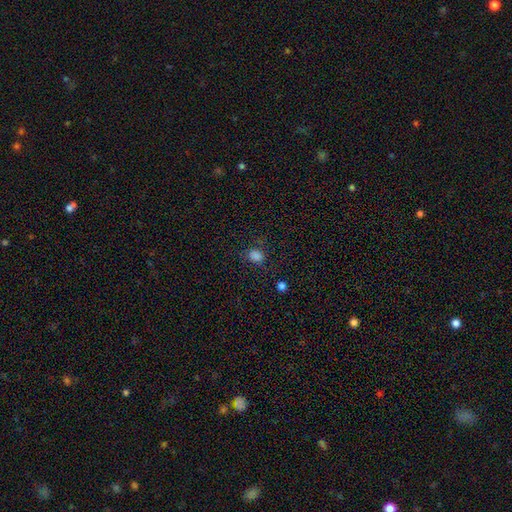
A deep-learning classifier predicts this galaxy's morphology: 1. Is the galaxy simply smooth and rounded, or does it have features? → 80% smooth, 15% star or artifact, 4% featured or disk.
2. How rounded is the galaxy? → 54% in between, 45% round, 1% cigar-shaped.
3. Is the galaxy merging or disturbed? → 74% none, 16% minor disturbance, 6% major disturbance, 3% merger.